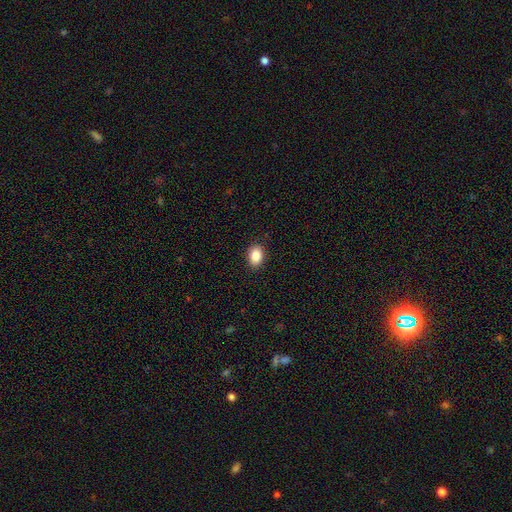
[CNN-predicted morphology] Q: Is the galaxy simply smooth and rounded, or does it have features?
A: smooth — 88%.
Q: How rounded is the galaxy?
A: in between — 79%.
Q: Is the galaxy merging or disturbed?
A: none — 89%.